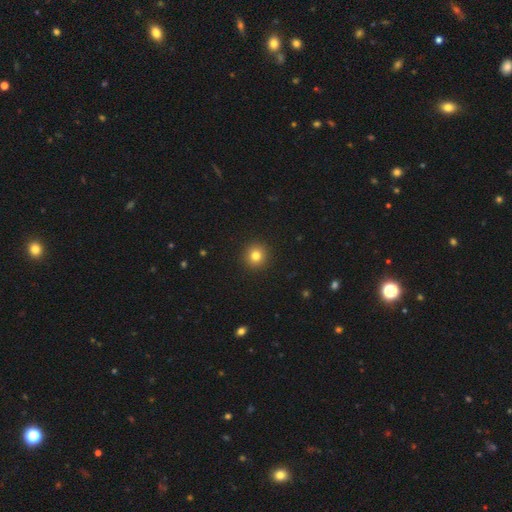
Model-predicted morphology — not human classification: This is clearly a smooth galaxy (80%). How rounded: clearly round (94%). Merging: clearly none (93%).